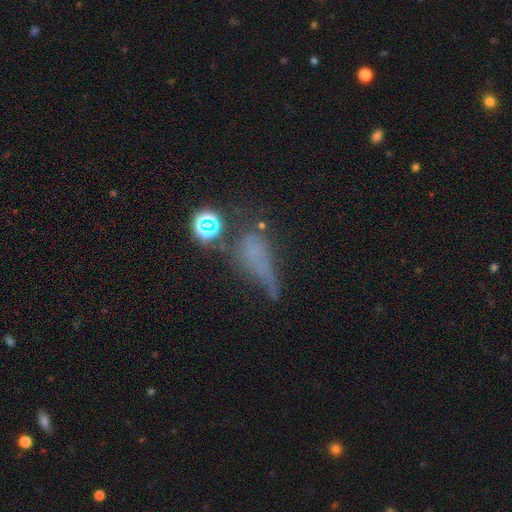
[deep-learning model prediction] Smooth or featured? smooth (45%)
Merging? none (32%)